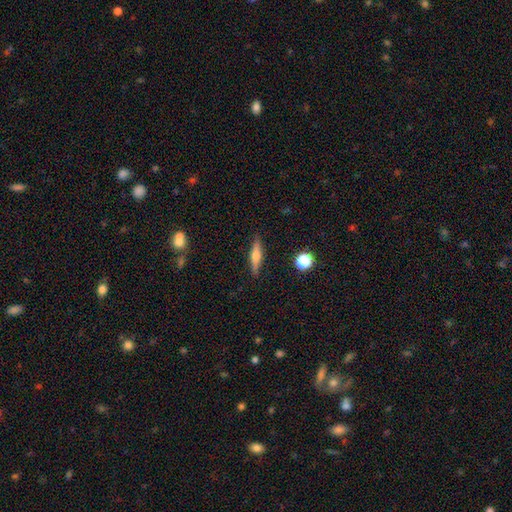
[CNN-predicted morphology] Overall: featured or disk (50%; smooth 43%). Merging: none (88%).